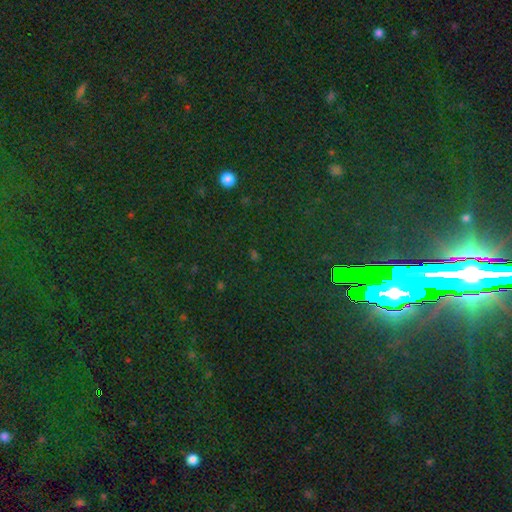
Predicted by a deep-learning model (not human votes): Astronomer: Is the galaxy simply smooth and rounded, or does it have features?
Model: star or artifact — 81%.